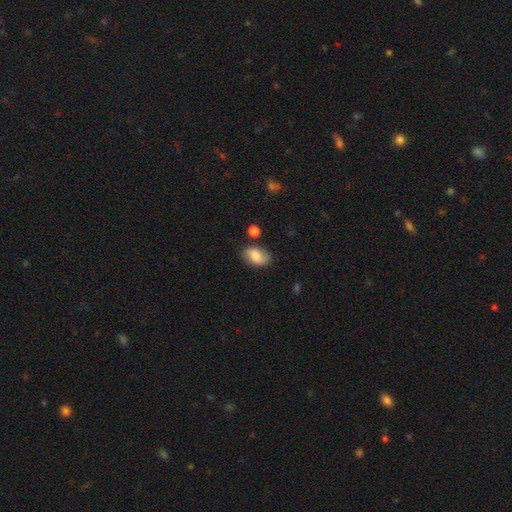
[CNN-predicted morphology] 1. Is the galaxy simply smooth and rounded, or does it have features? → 77% smooth, 15% featured or disk, 8% star or artifact.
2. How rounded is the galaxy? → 87% in between, 12% round, 1% cigar-shaped.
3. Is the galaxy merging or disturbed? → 72% none, 18% minor disturbance, 5% merger, 4% major disturbance.